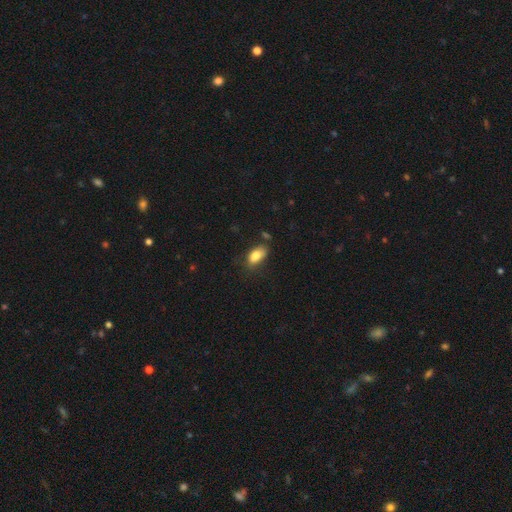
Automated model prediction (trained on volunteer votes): The model was most divided on "merging": none: 65%, minor disturbance: 24%, major disturbance: 7%, merger: 4%. More confident: how rounded — in between (91%); smooth or featured — smooth (84%).